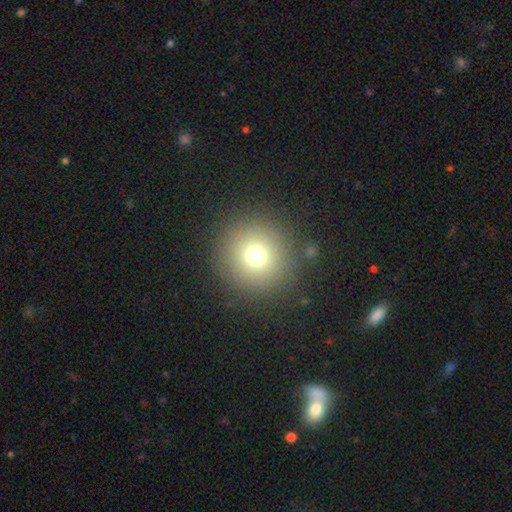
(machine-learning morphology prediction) Q: Smooth or featured?
A: smooth (72%); runner-up: star or artifact (18%)
Q: How rounded?
A: round (95%); runner-up: in between (4%)
Q: Merging?
A: none (87%); runner-up: minor disturbance (7%)